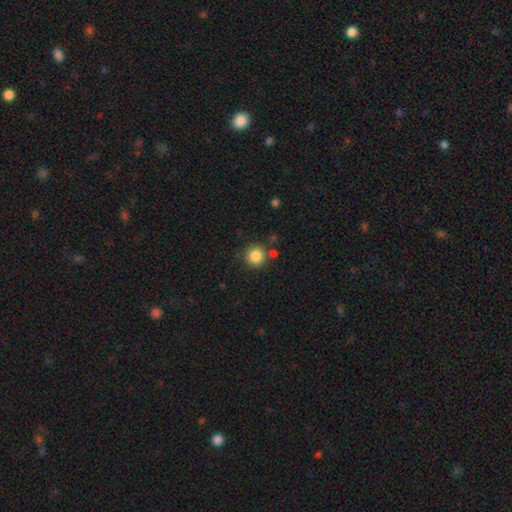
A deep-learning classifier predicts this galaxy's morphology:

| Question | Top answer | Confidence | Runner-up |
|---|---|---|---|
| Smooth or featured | smooth | 85% | star or artifact (10%) |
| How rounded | round | 92% | in between (7%) |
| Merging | none | 79% | minor disturbance (10%) |